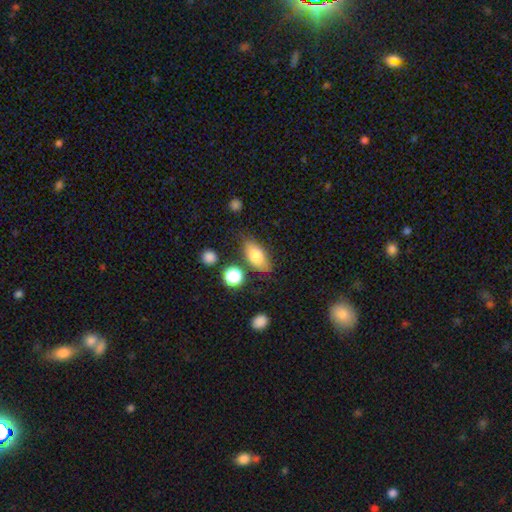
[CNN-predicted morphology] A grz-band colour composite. It shows a smooth galaxy with no disk features (76%) that is in between round and cigar-shaped (86%). Merging: none (75%).